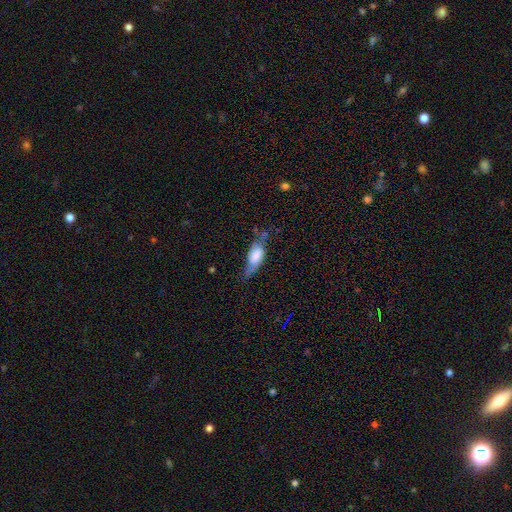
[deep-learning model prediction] Smooth or featured?
  - smooth: 62% *
  - featured or disk: 30%
  - star or artifact: 7%
How rounded?
  - in between: 69% *
  - cigar-shaped: 28%
  - round: 3%
Merging?
  - none: 49% *
  - minor disturbance: 34%
  - major disturbance: 13%
  - merger: 4%